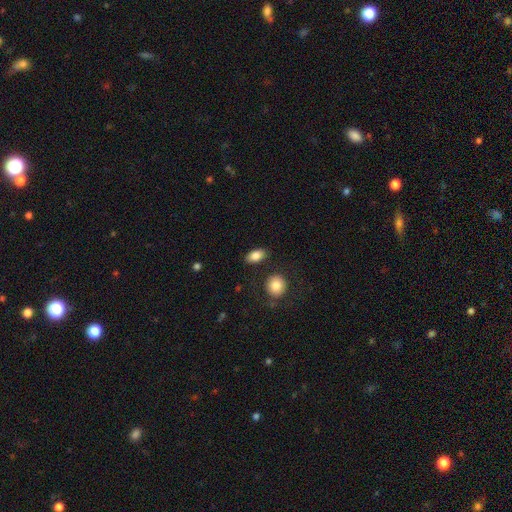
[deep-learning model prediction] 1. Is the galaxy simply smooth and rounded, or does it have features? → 86% smooth, 8% star or artifact, 7% featured or disk.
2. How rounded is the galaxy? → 88% in between, 9% round, 3% cigar-shaped.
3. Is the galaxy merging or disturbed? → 84% none, 10% minor disturbance, 3% merger, 3% major disturbance.